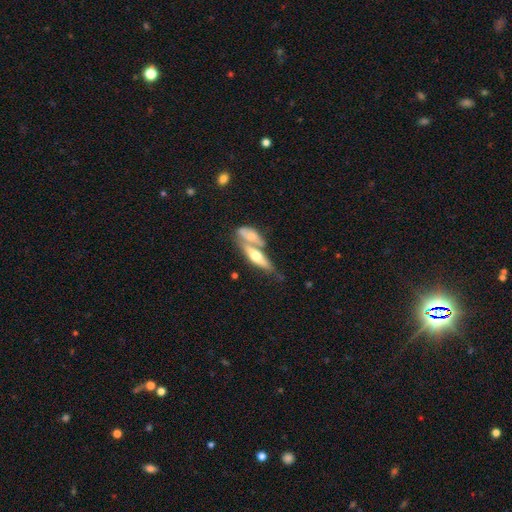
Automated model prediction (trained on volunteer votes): smooth_or_featured: featured or disk (p=0.53) [alt: smooth p=0.41]
disk_edge_on: yes (p=0.79) [alt: no p=0.21]
merging: merger (p=0.55) [alt: none p=0.31]